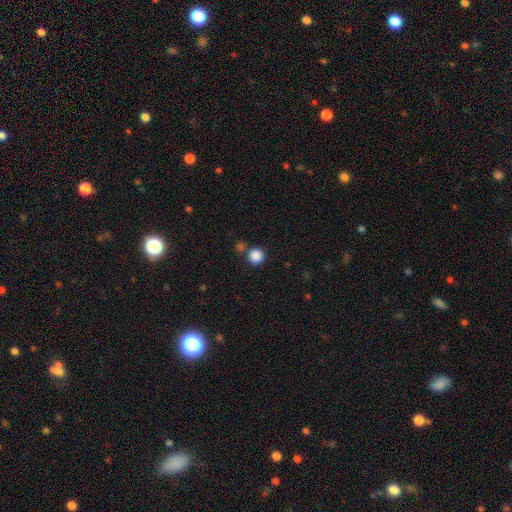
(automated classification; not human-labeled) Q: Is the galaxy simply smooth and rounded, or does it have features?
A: smooth — 86%.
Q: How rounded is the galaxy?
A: round — 94%.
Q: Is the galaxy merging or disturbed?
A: none — 78%.